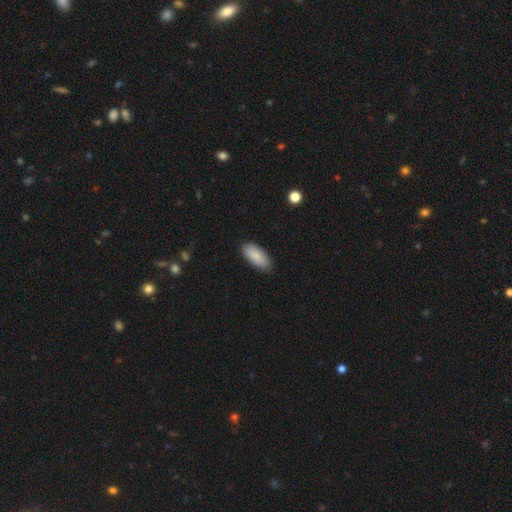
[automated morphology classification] A smooth galaxy with no disk features (89%) that is in between round and cigar-shaped (89%). Merging: none (86%).